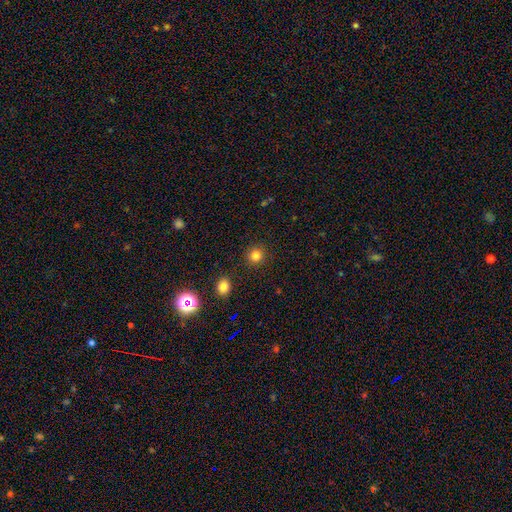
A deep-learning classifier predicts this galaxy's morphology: A smooth galaxy with no disk features (82%) that is round (92%).

Vote fractions:
- Smooth or featured? smooth: 82% / star or artifact: 13% / featured or disk: 5%
- How rounded? round: 92% / in between: 7% / cigar-shaped: 1%
- Merging? none: 90% / minor disturbance: 6% / major disturbance: 2% / merger: 2%